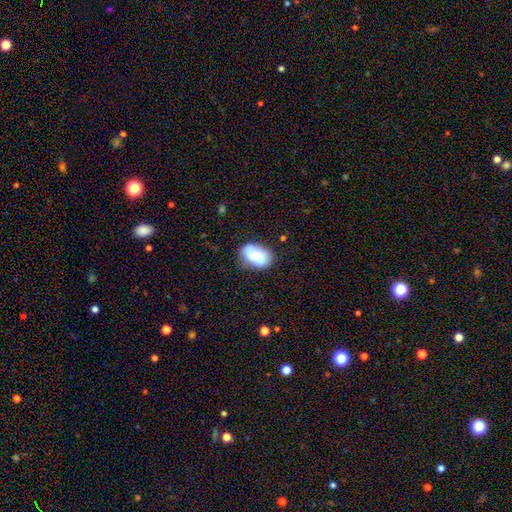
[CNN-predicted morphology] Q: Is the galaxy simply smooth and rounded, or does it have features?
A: smooth — 70%.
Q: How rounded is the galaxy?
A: in between — 87%.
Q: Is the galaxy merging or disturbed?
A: none — 66%.